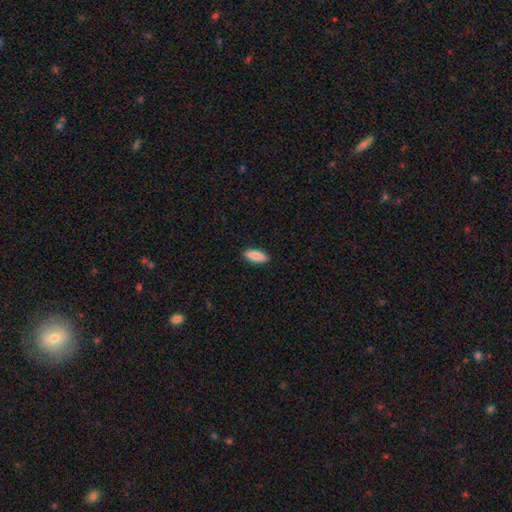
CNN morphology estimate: smooth-or-featured: smooth: 88% | star or artifact: 6% | featured or disk: 6%
  how-rounded: in between: 75% | cigar-shaped: 23% | round: 2%
  merging: none: 90% | minor disturbance: 7% | major disturbance: 2% | merger: 1%